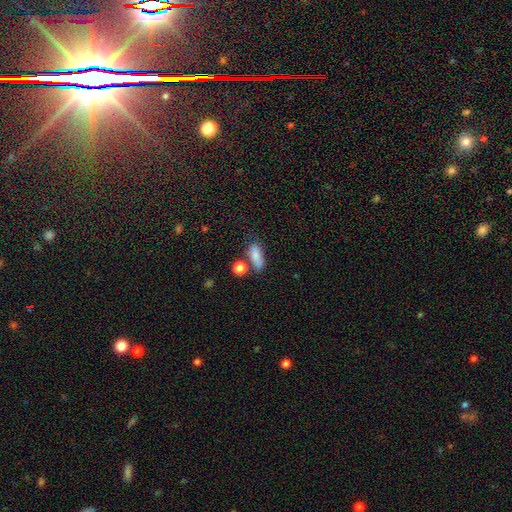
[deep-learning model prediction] Smooth or featured: smooth — 82% (star or artifact — 9%)
How rounded: in between — 72% (cigar-shaped — 21%)
Merging: none — 57% (minor disturbance — 19%)